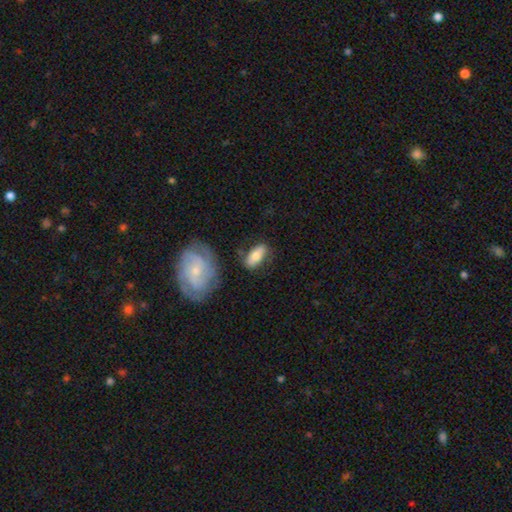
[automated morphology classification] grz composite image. It shows a smooth galaxy with no disk features (68%) that is in between round and cigar-shaped (80%). Merging: none (70%).